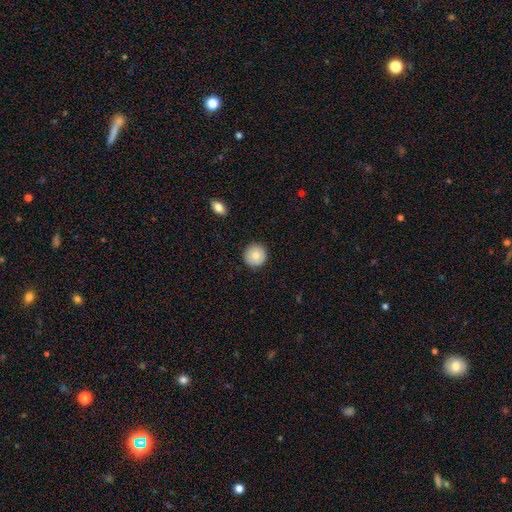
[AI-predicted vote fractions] Smooth or featured? smooth (79%)
How rounded? round (96%)
Merging? none (92%)